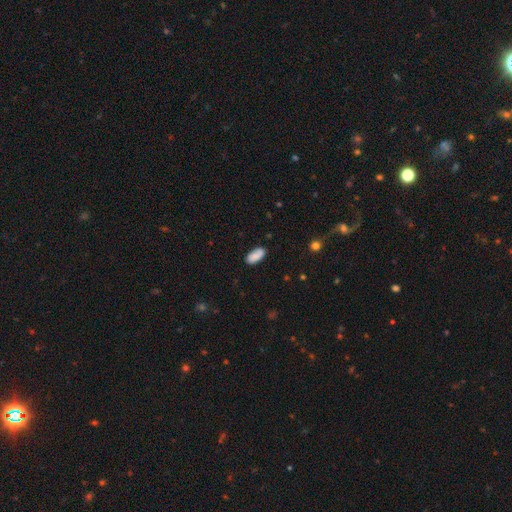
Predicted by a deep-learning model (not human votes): Overall: smooth (87%). How rounded: in between (89%). Merging: none (82%).